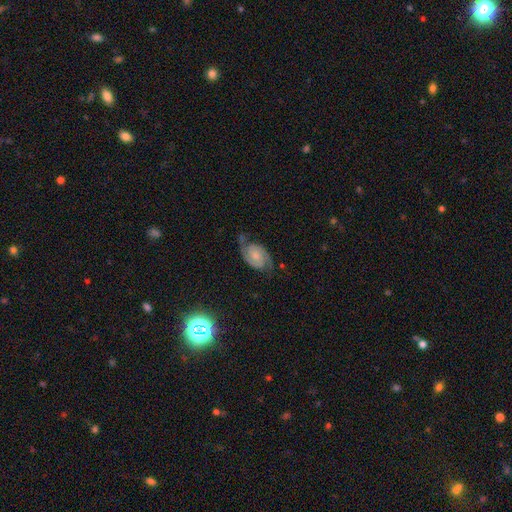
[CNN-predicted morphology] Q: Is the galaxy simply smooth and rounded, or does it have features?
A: featured or disk — 87%.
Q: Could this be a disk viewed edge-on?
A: no — 98%.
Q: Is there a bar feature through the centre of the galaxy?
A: no — 62%.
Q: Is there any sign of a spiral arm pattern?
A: yes — 98%.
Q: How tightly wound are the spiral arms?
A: medium — 46%.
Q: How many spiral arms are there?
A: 2 — 92%.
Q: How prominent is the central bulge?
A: small — 44%.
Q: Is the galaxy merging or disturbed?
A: none — 74%.